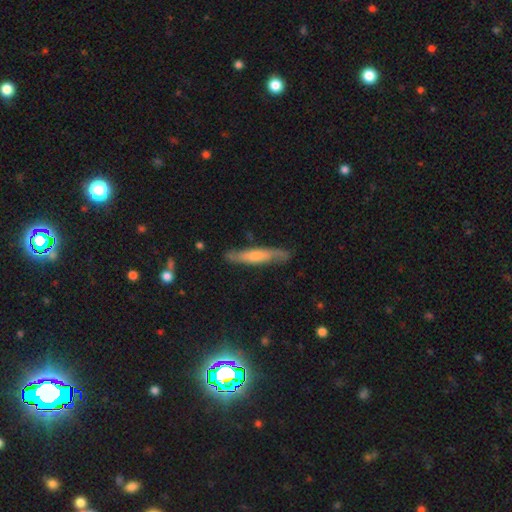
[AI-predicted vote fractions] Smooth or featured: featured or disk — 53% (smooth — 40%)
Edge-on disk: yes — 70% (no — 30%)
Merging: none — 79% (minor disturbance — 16%)